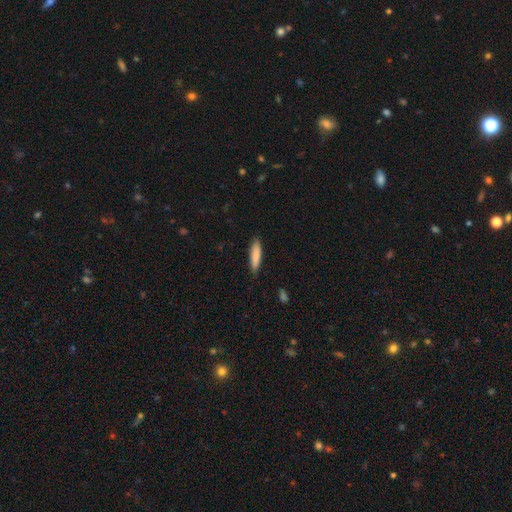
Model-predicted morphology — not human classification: smooth 86%, featured or disk 8%, star or artifact 6%. Down the decision tree: how rounded — cigar-shaped (77%); merging — none (86%).